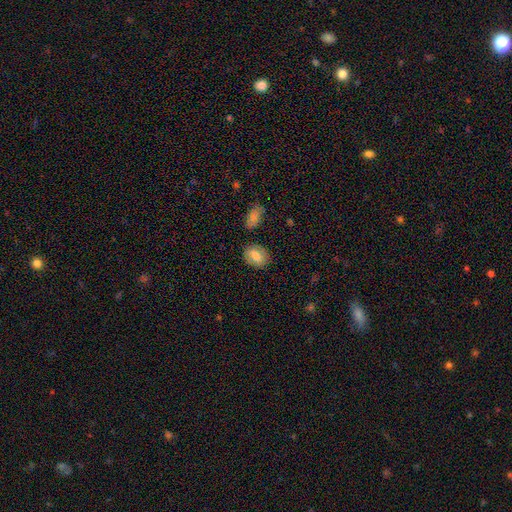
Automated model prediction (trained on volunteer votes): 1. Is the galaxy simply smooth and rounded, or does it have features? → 76% smooth, 16% featured or disk, 7% star or artifact.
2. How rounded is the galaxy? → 68% in between, 31% round, 1% cigar-shaped.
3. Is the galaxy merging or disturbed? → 82% none, 12% minor disturbance, 3% merger, 3% major disturbance.